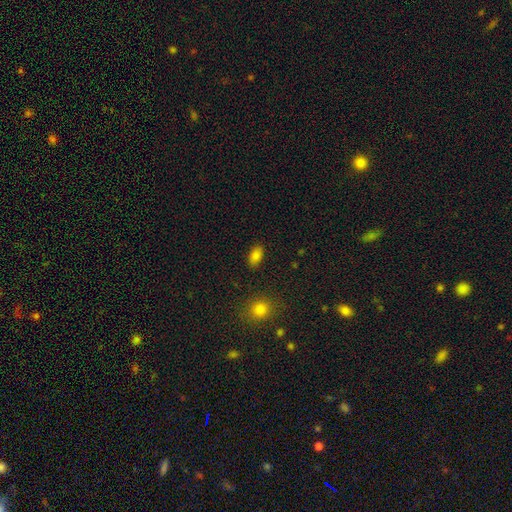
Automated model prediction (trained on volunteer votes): This is clearly a smooth galaxy (83%). How rounded: clearly in between (91%). Merging: clearly none (87%).